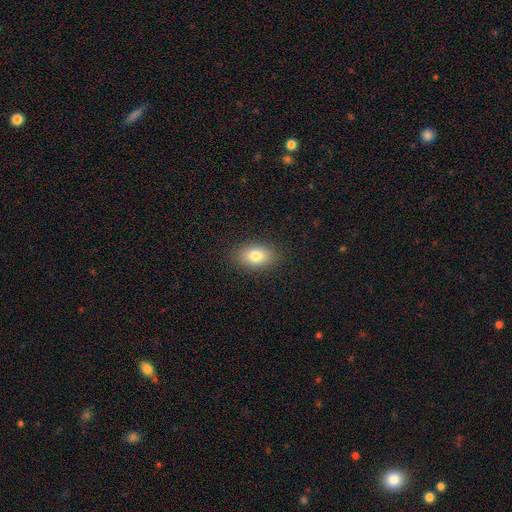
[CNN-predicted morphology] smooth 81%, featured or disk 10%, star or artifact 9%. Down the decision tree: how rounded — in between (87%); merging — none (88%).